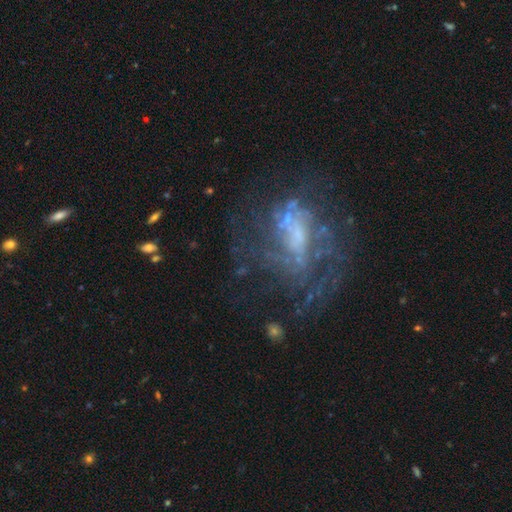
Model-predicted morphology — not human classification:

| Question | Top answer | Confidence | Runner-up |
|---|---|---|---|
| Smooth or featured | featured or disk | 69% | star or artifact (17%) |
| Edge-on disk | no | 94% | yes (6%) |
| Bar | no | 41% | weak (38%) |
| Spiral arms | yes | 60% | no (40%) |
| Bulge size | small | 42% | none (28%) |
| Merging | none | 50% | major disturbance (27%) |